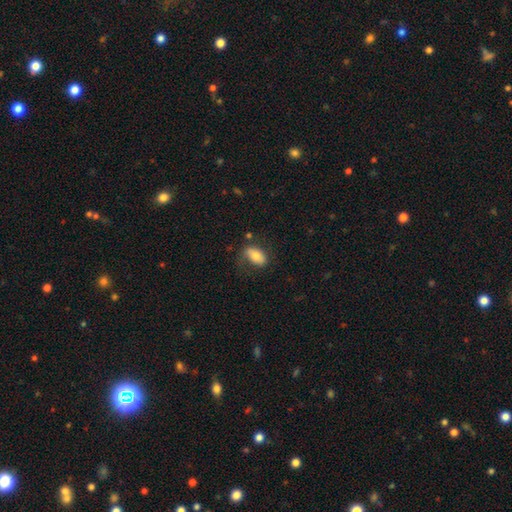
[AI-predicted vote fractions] The model was most divided on "merging": none: 59%, minor disturbance: 24%, major disturbance: 14%, merger: 3%. More confident: how rounded — in between (91%); smooth or featured — smooth (72%).